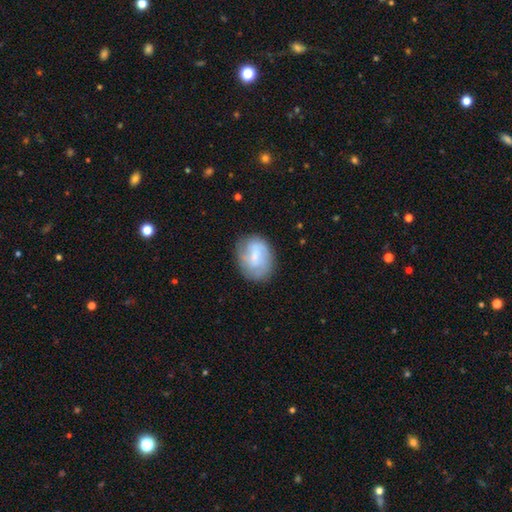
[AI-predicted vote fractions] smooth 56%, featured or disk 36%, star or artifact 7%. Down the decision tree: how rounded — in between (63%); merging — none (69%).